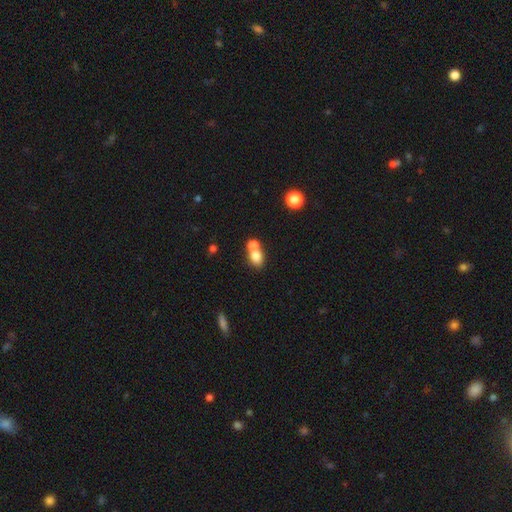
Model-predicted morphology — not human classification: Overall: smooth (77%). How rounded: round (51%; in between 48%). Merging: merger (58%; none 33%).